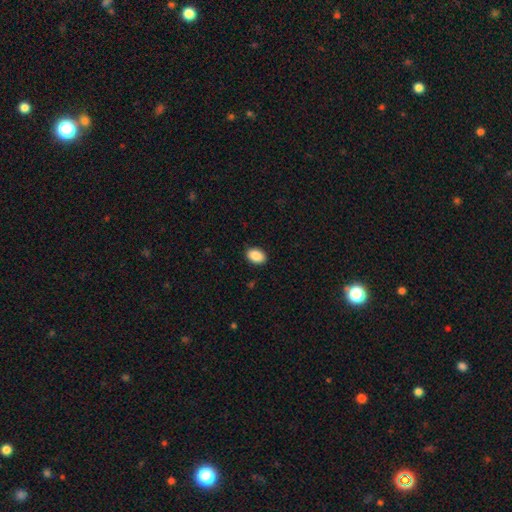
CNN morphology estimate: type=smooth (89%); roundness=in between (86%); merging=none (90%).